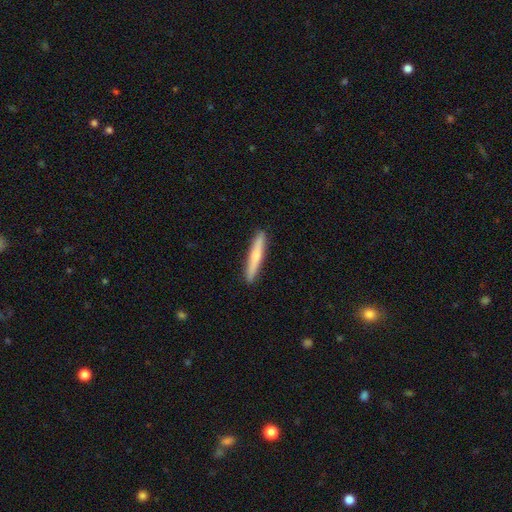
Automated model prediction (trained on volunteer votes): Smooth or featured: smooth — 60% (featured or disk — 34%)
How rounded: cigar-shaped — 95% (in between — 4%)
Merging: none — 92% (minor disturbance — 6%)